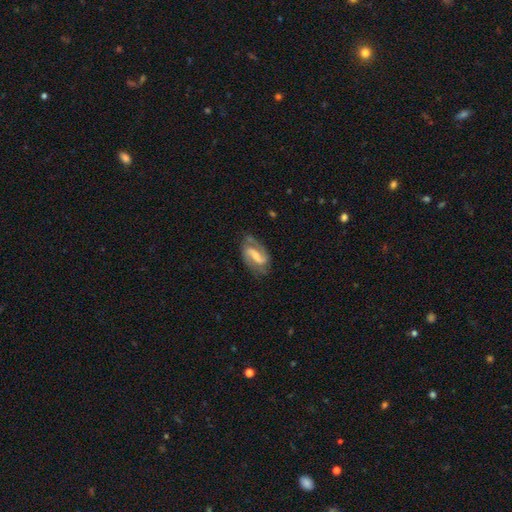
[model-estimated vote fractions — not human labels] Smooth or featured? Predicted: featured or disk (p=0.83). Edge-on disk? Predicted: no (p=0.97). Bar? Predicted: strong (p=0.43). Spiral arms? Predicted: yes (p=0.95). Spiral winding? Predicted: medium (p=0.49). Spiral arm count? Predicted: 2 (p=0.89). Bulge size? Predicted: small (p=0.44). Merging? Predicted: none (p=0.72).